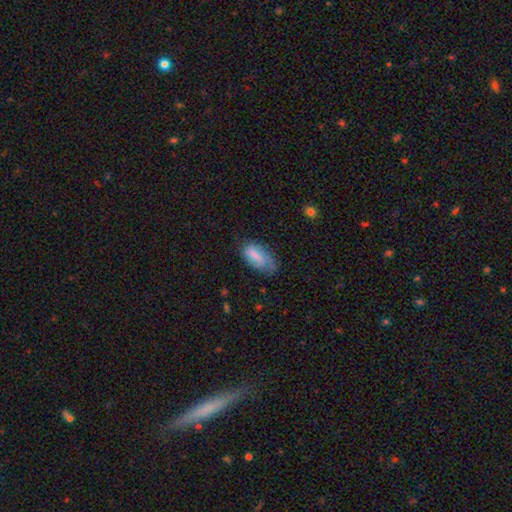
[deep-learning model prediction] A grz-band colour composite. It shows a smooth galaxy with no disk features (76%) that is in between round and cigar-shaped (90%). Merging: none (46%).